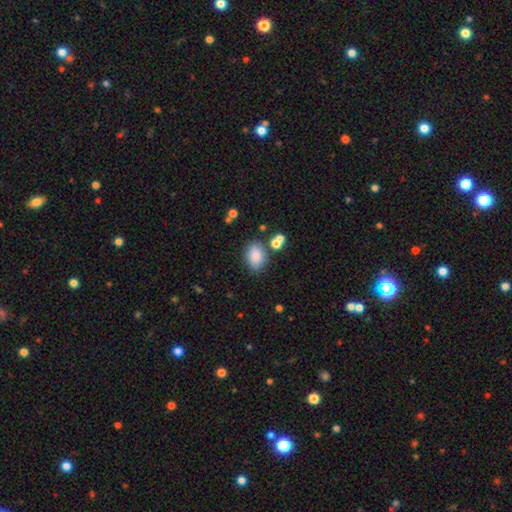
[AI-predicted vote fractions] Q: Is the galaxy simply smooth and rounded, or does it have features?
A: smooth — 85%.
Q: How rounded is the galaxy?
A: in between — 81%.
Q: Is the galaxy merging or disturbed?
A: none — 74%.